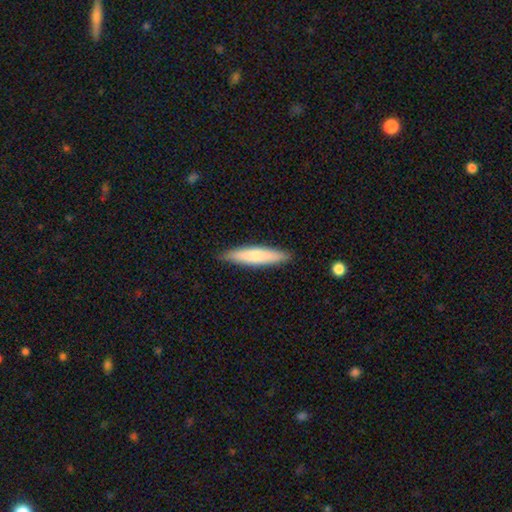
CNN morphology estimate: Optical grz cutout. It shows a smooth galaxy with no disk features (73%) that is cigar-shaped (86%). Merging: none (88%).